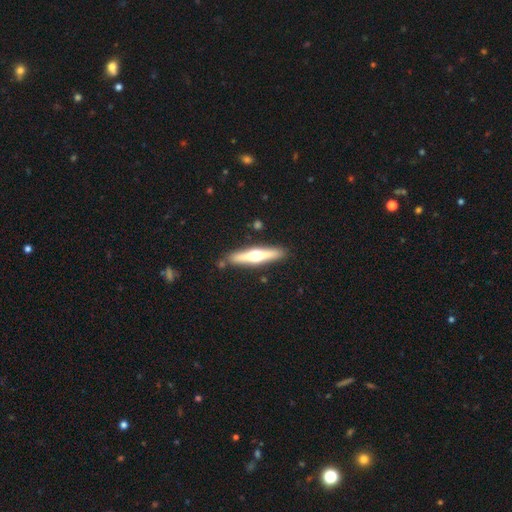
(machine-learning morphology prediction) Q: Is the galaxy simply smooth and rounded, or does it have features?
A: featured or disk — 59%.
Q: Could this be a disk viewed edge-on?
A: yes — 95%.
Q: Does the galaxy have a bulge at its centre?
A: rounded — 94%.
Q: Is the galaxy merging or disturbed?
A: none — 87%.